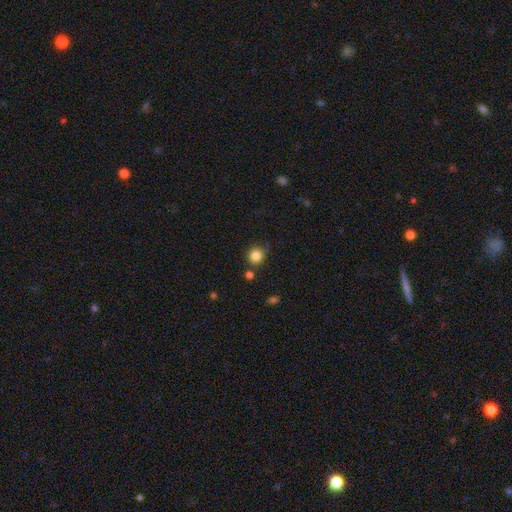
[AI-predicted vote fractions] This is clearly a smooth galaxy (84%). How rounded: clearly round (90%). Merging: clearly none (81%).